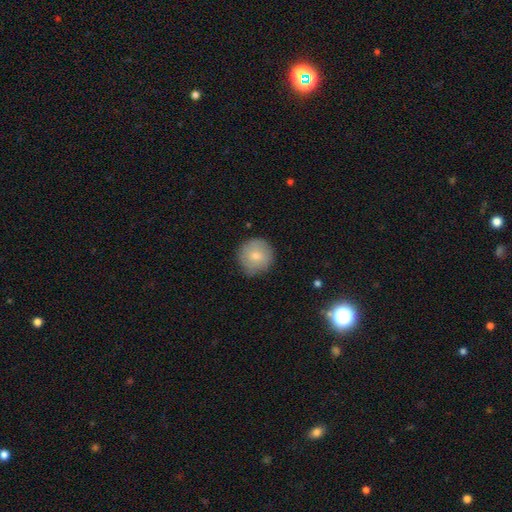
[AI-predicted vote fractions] Morphology: type=smooth (71%); roundness=round (95%); merging=none (85%).